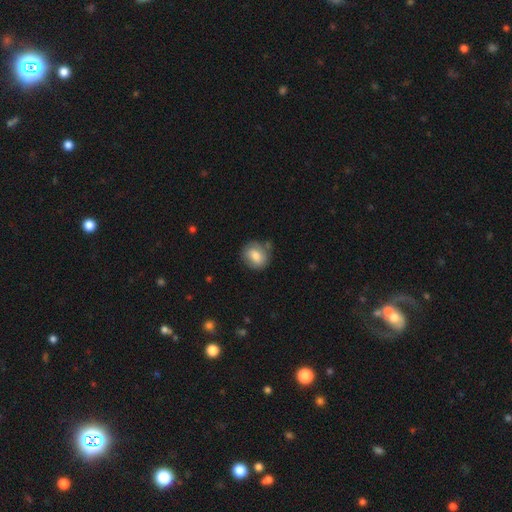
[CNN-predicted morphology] Smooth or featured? smooth (77%)
How rounded? round (72%)
Merging? none (72%)